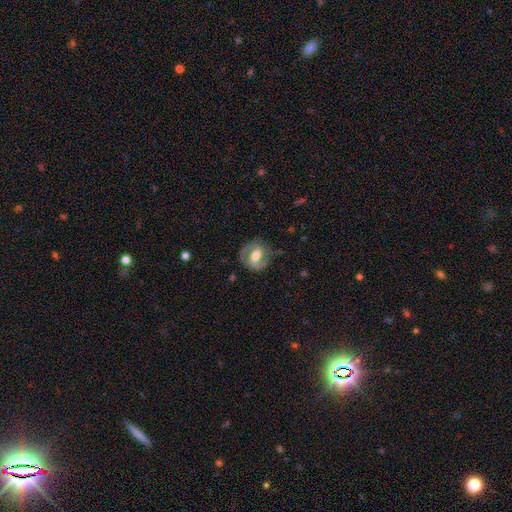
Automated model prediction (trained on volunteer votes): Q: Smooth or featured?
A: featured or disk (77%); runner-up: smooth (17%)
Q: Edge-on disk?
A: no (97%); runner-up: yes (3%)
Q: Bar?
A: weak (45%); runner-up: strong (34%)
Q: Spiral arms?
A: yes (90%); runner-up: no (10%)
Q: Spiral winding?
A: medium (50%); runner-up: tight (32%)
Q: Spiral arm count?
A: 2 (86%); runner-up: can't tell (6%)
Q: Bulge size?
A: moderate (67%); runner-up: large (15%)
Q: Merging?
A: none (75%); runner-up: minor disturbance (16%)